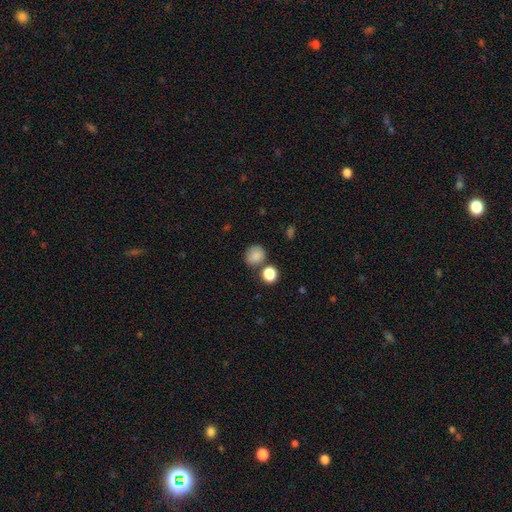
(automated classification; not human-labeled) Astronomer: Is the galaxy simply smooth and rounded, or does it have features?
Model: smooth — 84%.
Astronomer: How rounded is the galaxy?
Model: round — 78%.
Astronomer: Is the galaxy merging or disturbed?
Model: none — 69%.